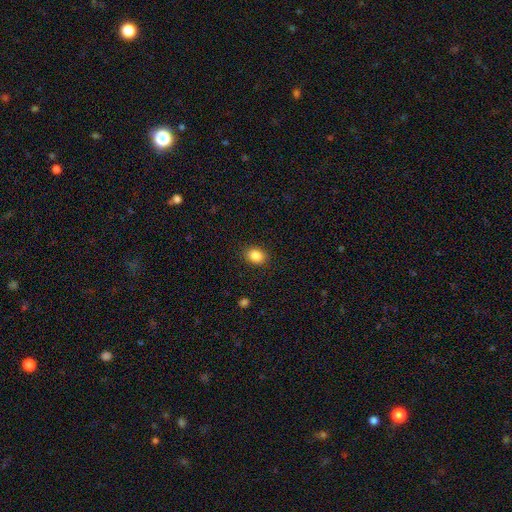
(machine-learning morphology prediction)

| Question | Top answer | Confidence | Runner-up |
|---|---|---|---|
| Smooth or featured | smooth | 87% | star or artifact (9%) |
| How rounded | in between | 65% | round (34%) |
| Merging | none | 89% | minor disturbance (8%) |